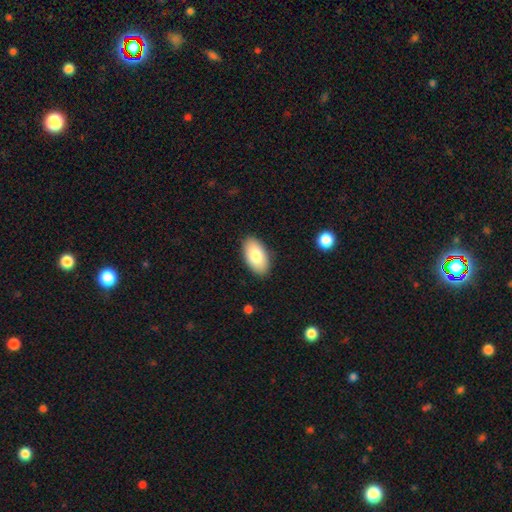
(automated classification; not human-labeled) Morphology: type=smooth (81%); roundness=in between (95%); merging=none (88%).